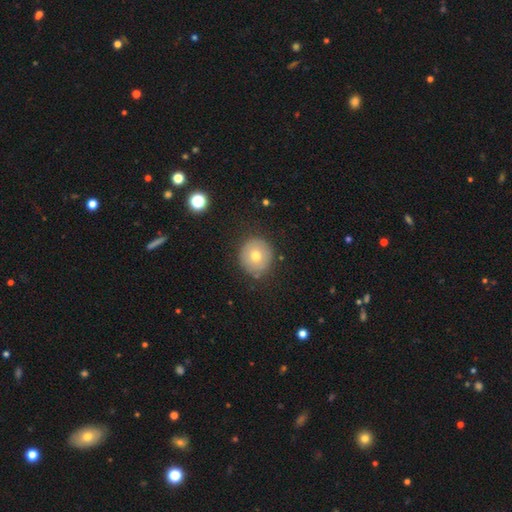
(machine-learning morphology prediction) Smooth or featured? smooth (69%)
How rounded? round (93%)
Merging? none (85%)